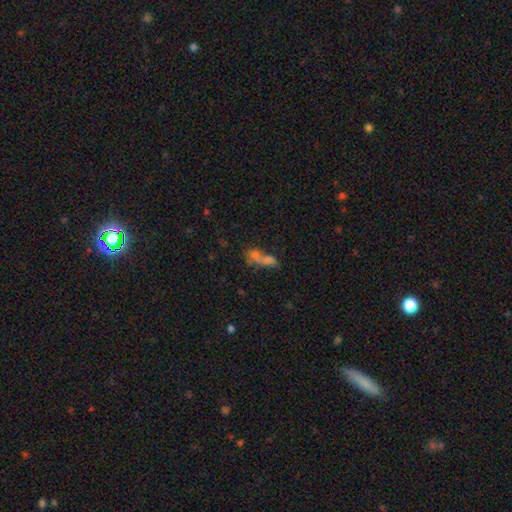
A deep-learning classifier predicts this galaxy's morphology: This is possibly a smooth galaxy (57%). How rounded: possibly in between (58%). Merging: possibly merger (59%).